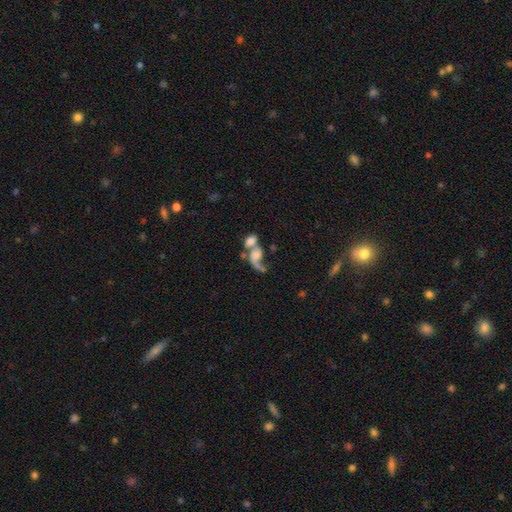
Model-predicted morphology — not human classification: The model was most divided on "smooth or featured": featured or disk: 49%, smooth: 40%, star or artifact: 11%. More confident: merging — merger (61%).